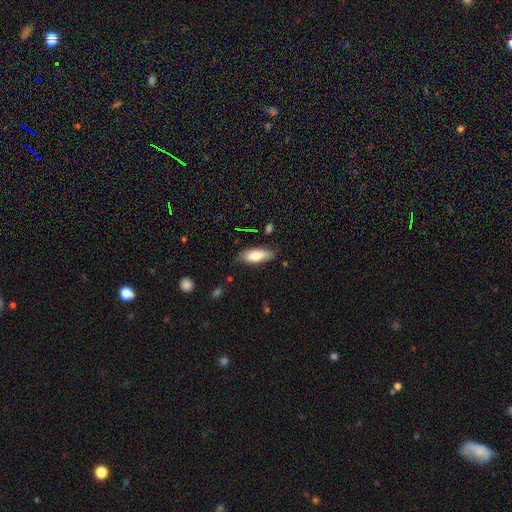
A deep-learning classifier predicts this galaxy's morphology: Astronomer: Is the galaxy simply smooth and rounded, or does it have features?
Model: smooth — 74%.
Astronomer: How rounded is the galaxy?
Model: in between — 79%.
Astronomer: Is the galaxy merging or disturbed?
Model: none — 77%.